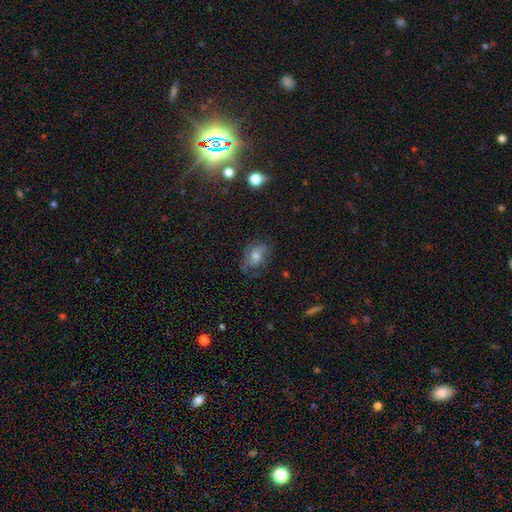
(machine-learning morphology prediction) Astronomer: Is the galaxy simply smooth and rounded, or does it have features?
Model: smooth — 50% (runner-up: featured or disk, 33%).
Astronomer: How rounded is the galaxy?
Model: in between — 71%.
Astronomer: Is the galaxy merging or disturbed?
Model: none — 58%.